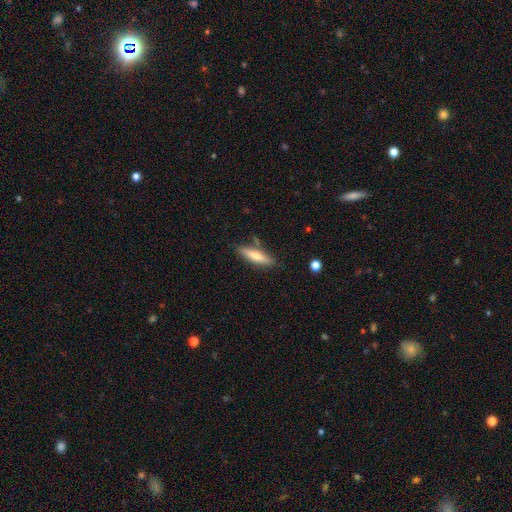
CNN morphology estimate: Smooth or featured?
  - smooth: 61% *
  - featured or disk: 33%
  - star or artifact: 6%
How rounded?
  - cigar-shaped: 76% *
  - in between: 22%
  - round: 2%
Merging?
  - none: 78% *
  - minor disturbance: 14%
  - merger: 5%
  - major disturbance: 3%